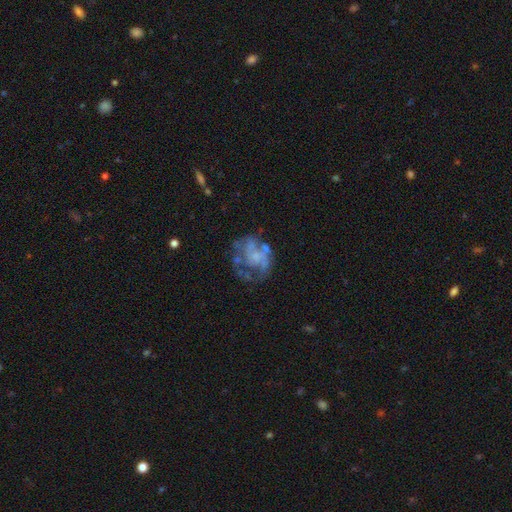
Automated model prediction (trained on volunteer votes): Smooth or featured? Predicted: featured or disk (p=0.70). Edge-on disk? Predicted: no (p=0.98). Bar? Predicted: no (p=0.84). Spiral arms? Predicted: no (p=0.53). Bulge size? Predicted: none (p=0.51). Merging? Predicted: none (p=0.43).